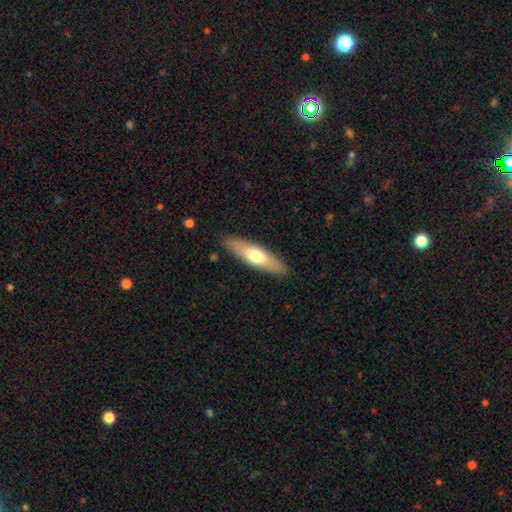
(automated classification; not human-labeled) smooth 59%, featured or disk 36%, star or artifact 5%. Down the decision tree: how rounded — cigar-shaped (61%); merging — none (88%).